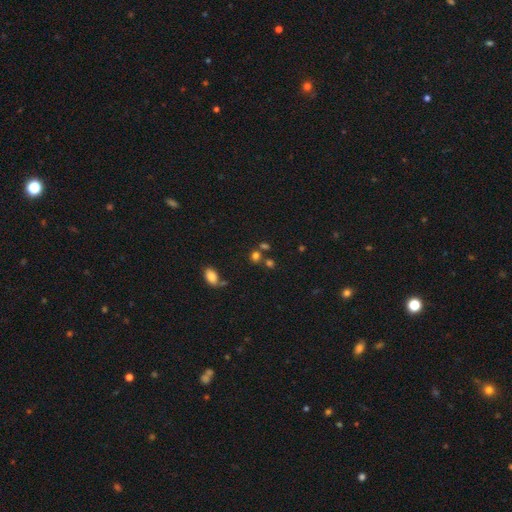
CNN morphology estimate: Smooth or featured: smooth — 71% (star or artifact — 21%)
How rounded: round — 72% (in between — 27%)
Merging: none — 60% (merger — 25%)